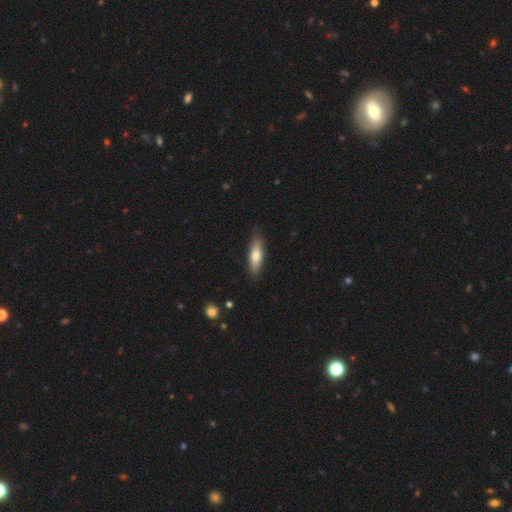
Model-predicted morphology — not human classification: Smooth or featured? Predicted: smooth (p=0.69). How rounded? Predicted: cigar-shaped (p=0.58). Merging? Predicted: none (p=0.85).